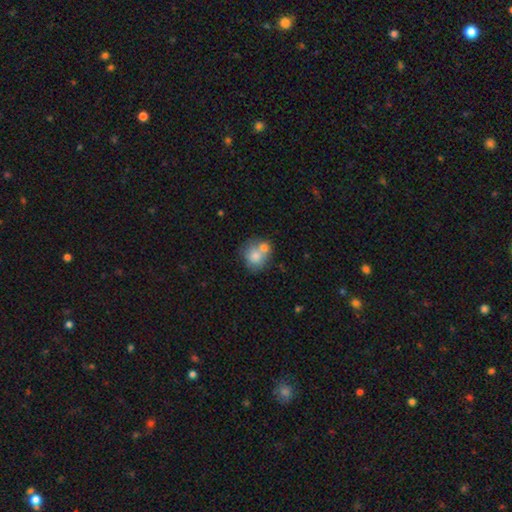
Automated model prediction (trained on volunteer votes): smooth 75%, featured or disk 17%, star or artifact 8%. Down the decision tree: how rounded — round (73%); merging — merger (49%).